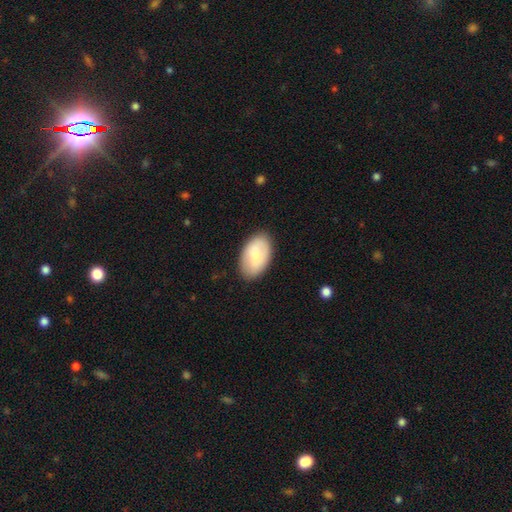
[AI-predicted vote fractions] smooth 72%, featured or disk 22%, star or artifact 6%. Down the decision tree: how rounded — in between (93%); merging — none (85%).